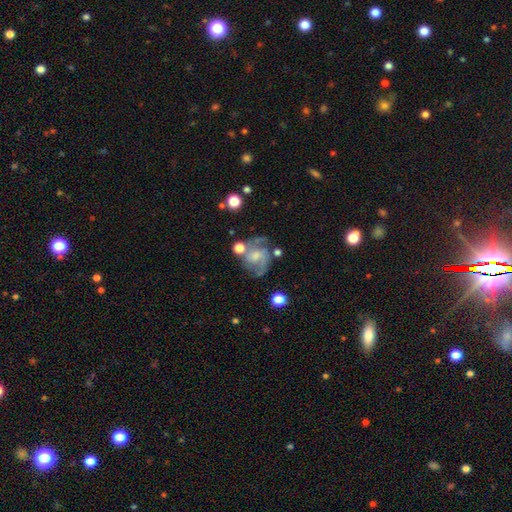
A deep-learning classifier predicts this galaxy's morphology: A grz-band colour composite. It shows a featured or disk galaxy (73%) with no bar (49%), 2 (63%) medium (52%) spiral arms (90%) and a small central bulge (40%). Merging: none (50%).